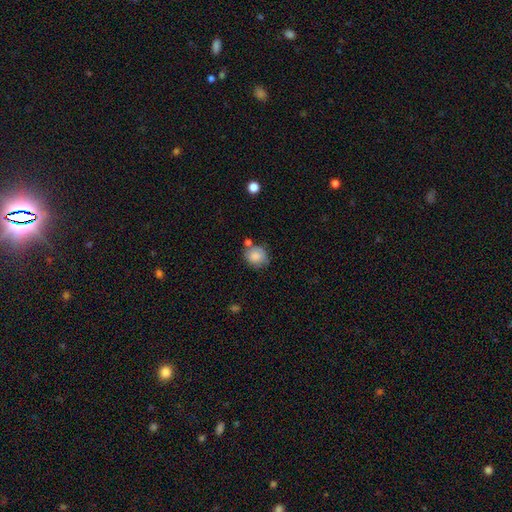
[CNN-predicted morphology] type=smooth (82%); roundness=round (77%); merging=none (61%).